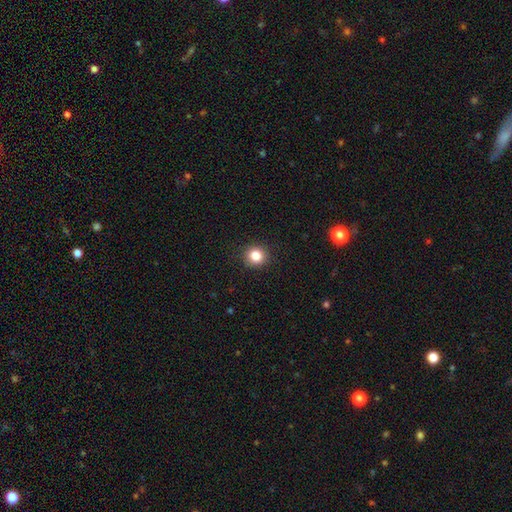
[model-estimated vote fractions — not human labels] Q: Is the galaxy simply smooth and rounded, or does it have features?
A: smooth — 83%.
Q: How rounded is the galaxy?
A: round — 91%.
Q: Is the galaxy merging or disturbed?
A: none — 92%.